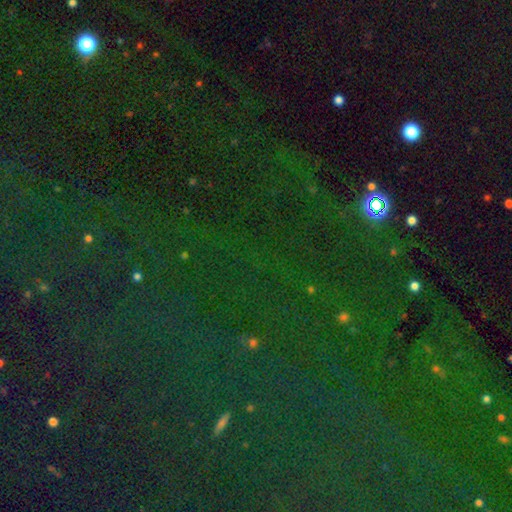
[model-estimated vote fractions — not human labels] Smooth or featured?
  - star or artifact: 82% *
  - smooth: 11%
  - featured or disk: 7%